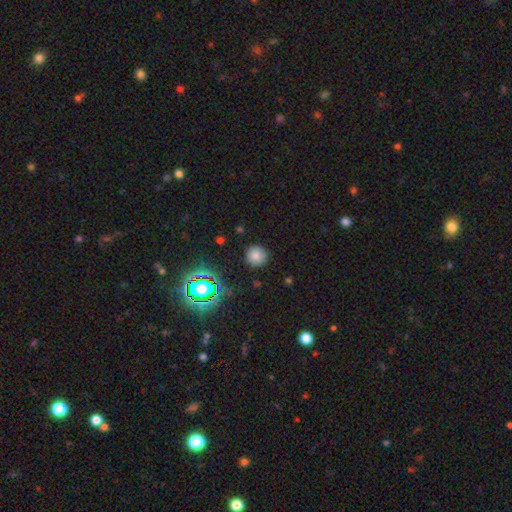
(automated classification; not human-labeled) Smooth or featured: smooth — 76% (star or artifact — 17%)
How rounded: round — 93% (in between — 6%)
Merging: none — 88% (minor disturbance — 8%)